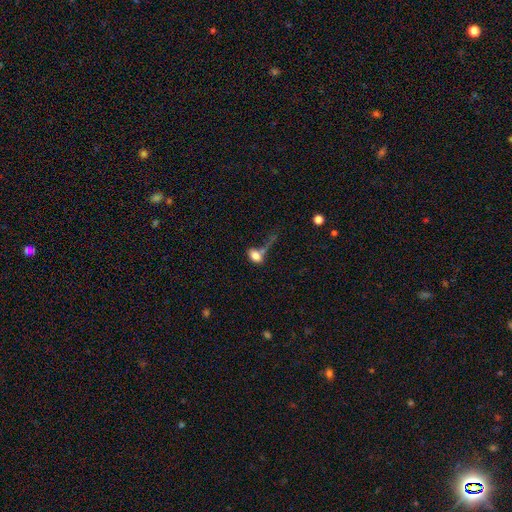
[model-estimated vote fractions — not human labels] This appears to be a smooth galaxy with no disk features (75%) that is in between round and cigar-shaped (82%). Merging: merger (30%).